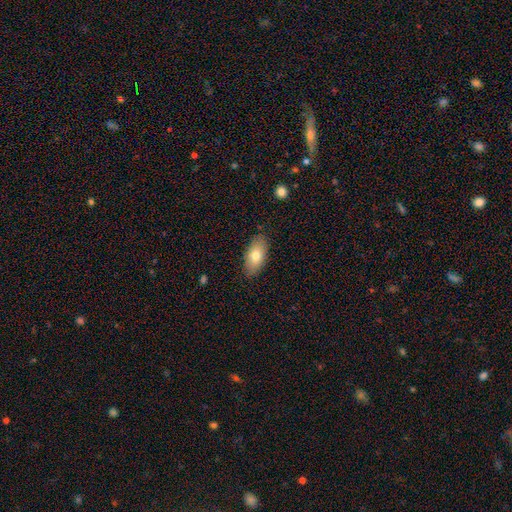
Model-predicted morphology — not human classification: type=smooth (74%); roundness=in between (90%); merging=none (86%).